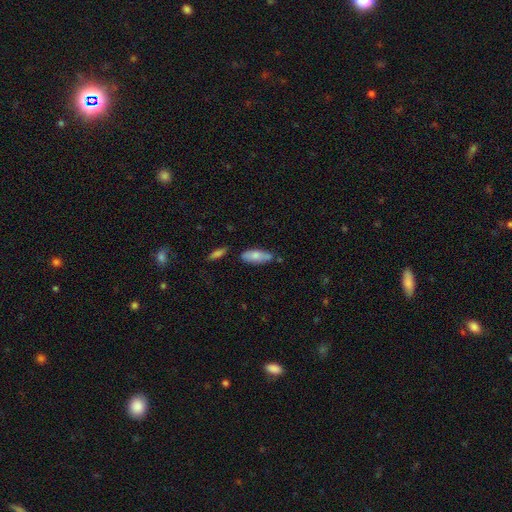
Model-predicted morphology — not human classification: This appears to be a smooth galaxy with no disk features (74%) that is in between round and cigar-shaped (75%). Merging: none (65%).